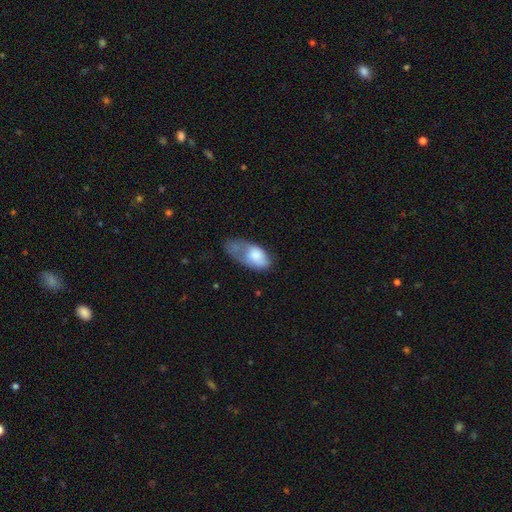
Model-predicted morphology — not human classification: Smooth or featured? Predicted: smooth (p=0.68). How rounded? Predicted: in between (p=0.92). Merging? Predicted: major disturbance (p=0.39).